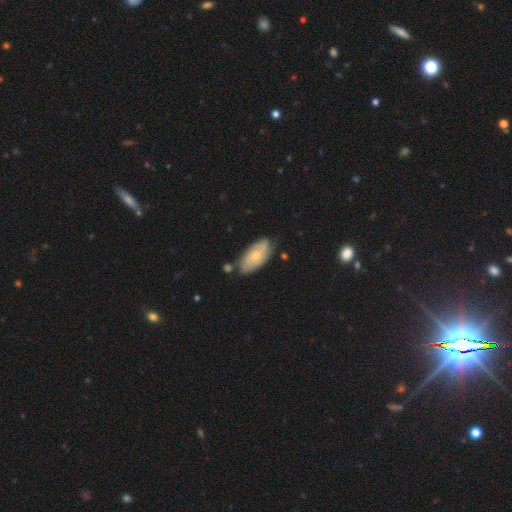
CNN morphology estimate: Overall: smooth (52%; featured or disk 42%). How rounded: in between (89%). Merging: none (69%).